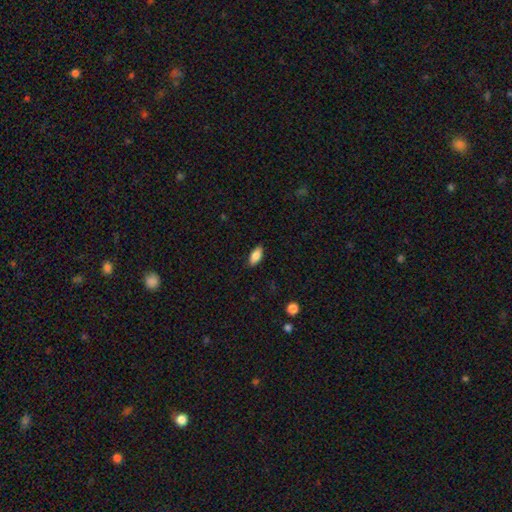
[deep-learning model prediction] Smooth or featured? smooth (84%)
How rounded? in between (86%)
Merging? none (87%)